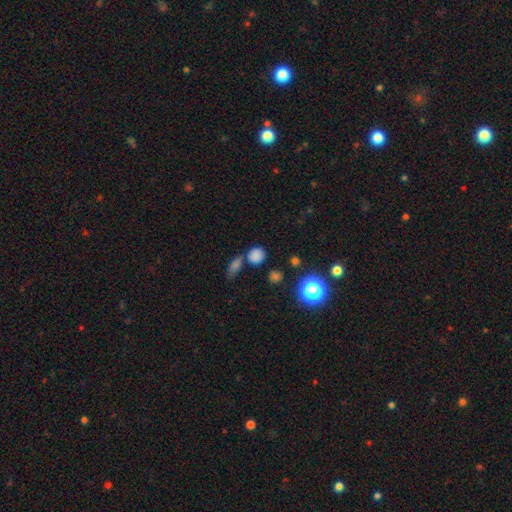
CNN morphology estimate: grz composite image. It shows a smooth galaxy with no disk features (76%) that is round (80%). Merging: none (67%).